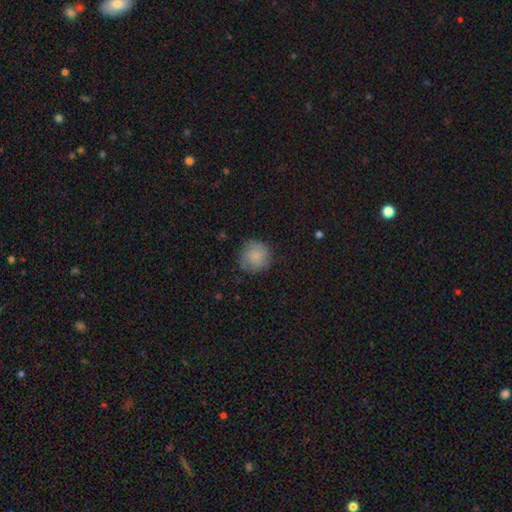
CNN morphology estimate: Smooth or featured? Predicted: smooth (p=0.79). How rounded? Predicted: round (p=0.92). Merging? Predicted: none (p=0.78).